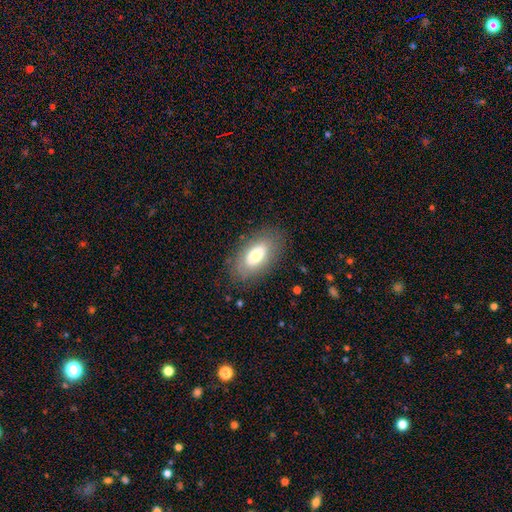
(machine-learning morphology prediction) Q: Smooth or featured?
A: smooth (66%); runner-up: featured or disk (26%)
Q: How rounded?
A: in between (91%); runner-up: round (5%)
Q: Merging?
A: none (82%); runner-up: minor disturbance (12%)